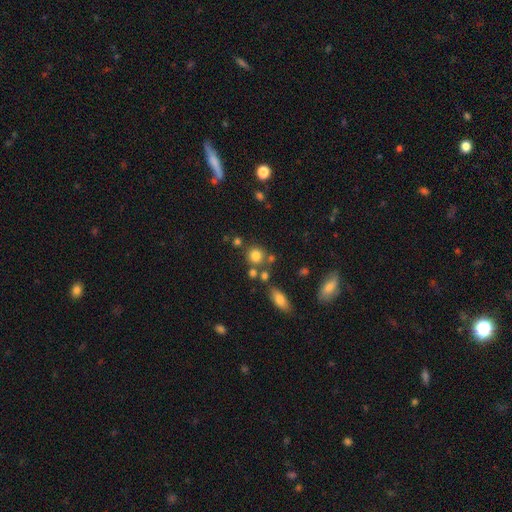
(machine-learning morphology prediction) type=smooth (79%); roundness=round (86%); merging=none (70%).